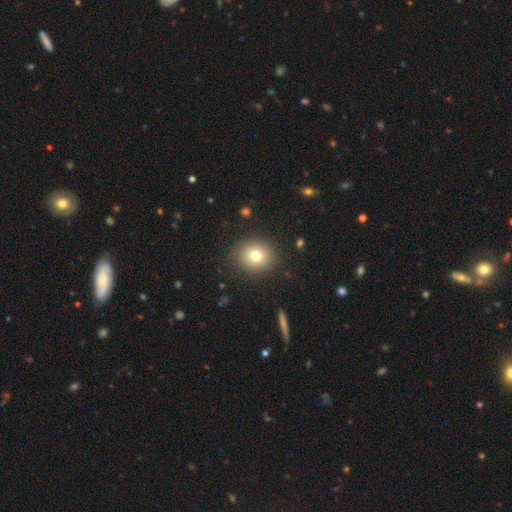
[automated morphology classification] type=smooth (76%); roundness=round (83%); merging=none (89%).